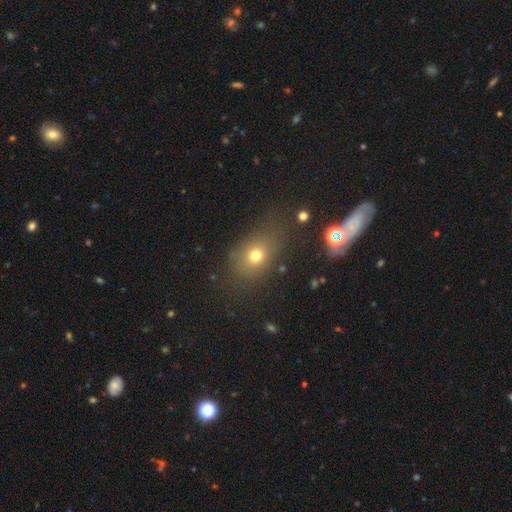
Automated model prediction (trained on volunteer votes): Morphology: type=smooth (71%); roundness=in between (60%); merging=none (70%).